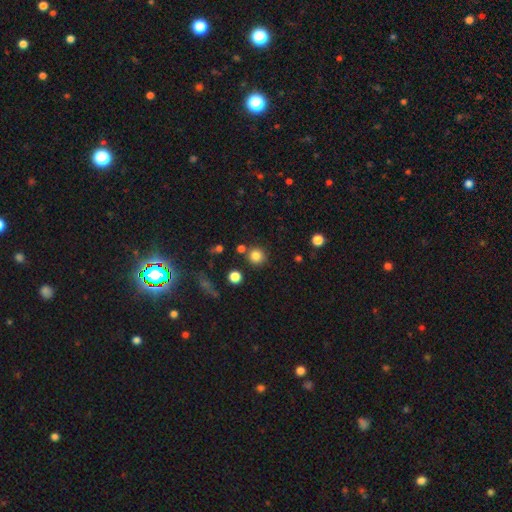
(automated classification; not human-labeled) smooth-or-featured: smooth: 82% | star or artifact: 12% | featured or disk: 5%
  how-rounded: round: 92% | in between: 7% | cigar-shaped: 1%
  merging: none: 80% | minor disturbance: 9% | merger: 8% | major disturbance: 3%